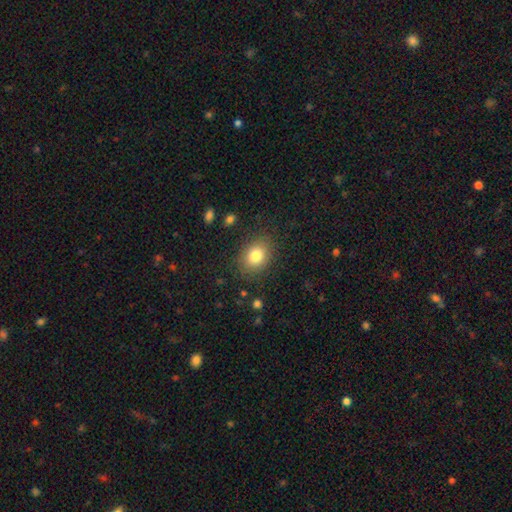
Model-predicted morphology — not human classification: This is clearly a smooth galaxy (81%). How rounded: possibly in between (55%). Merging: clearly none (83%).